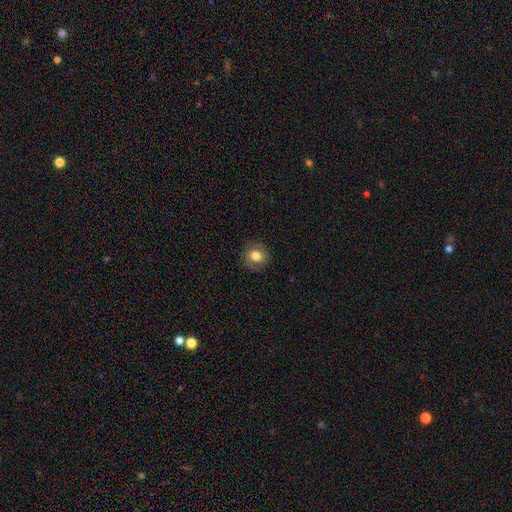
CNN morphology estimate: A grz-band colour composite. It shows a smooth galaxy with no disk features (75%) that is round (79%). Merging: none (86%).